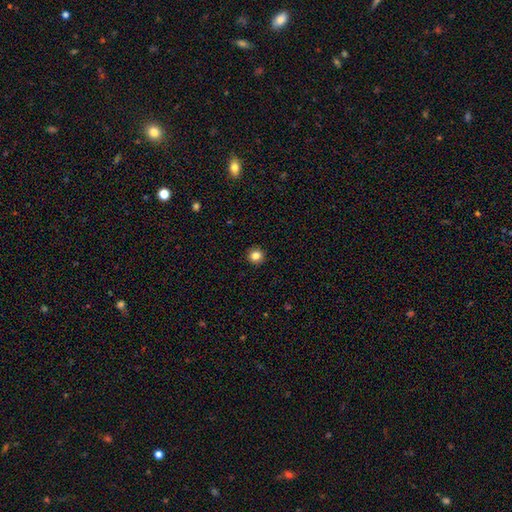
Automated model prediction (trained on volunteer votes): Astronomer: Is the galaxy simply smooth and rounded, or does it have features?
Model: smooth — 83%.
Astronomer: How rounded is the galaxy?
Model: round — 94%.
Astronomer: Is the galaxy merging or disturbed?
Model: none — 93%.